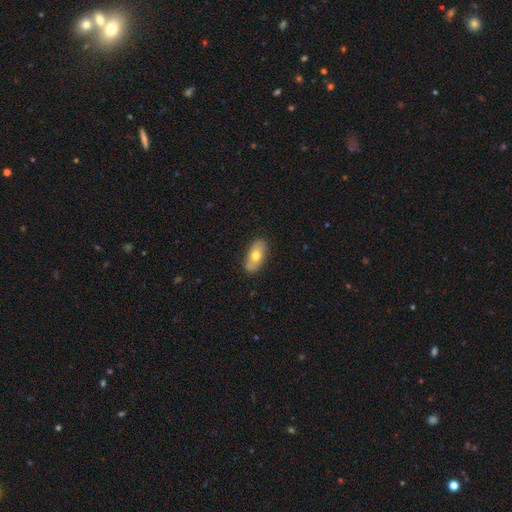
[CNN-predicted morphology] Smooth or featured? Predicted: smooth (p=0.66). How rounded? Predicted: in between (p=0.90). Merging? Predicted: none (p=0.84).